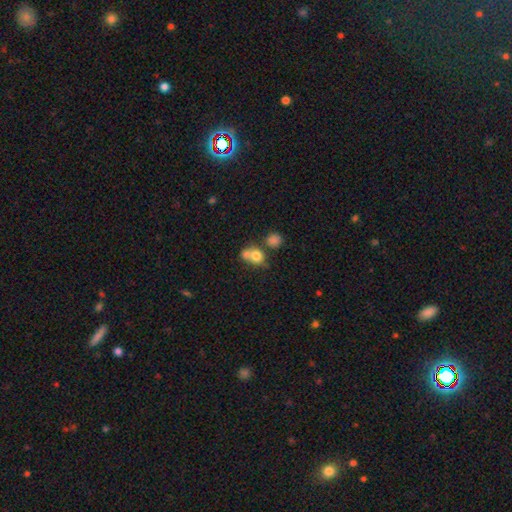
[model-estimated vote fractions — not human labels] Q: Smooth or featured?
A: smooth (75%); runner-up: featured or disk (14%)
Q: How rounded?
A: round (71%); runner-up: in between (28%)
Q: Merging?
A: merger (53%); runner-up: none (33%)